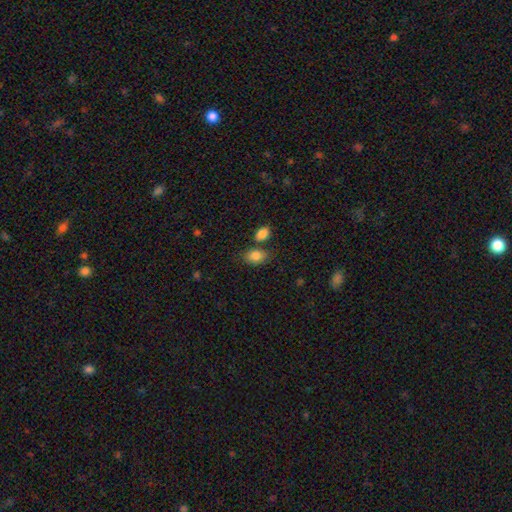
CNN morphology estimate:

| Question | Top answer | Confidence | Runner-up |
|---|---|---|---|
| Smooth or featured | smooth | 84% | star or artifact (8%) |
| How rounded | in between | 84% | round (15%) |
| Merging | none | 64% | merger (17%) |